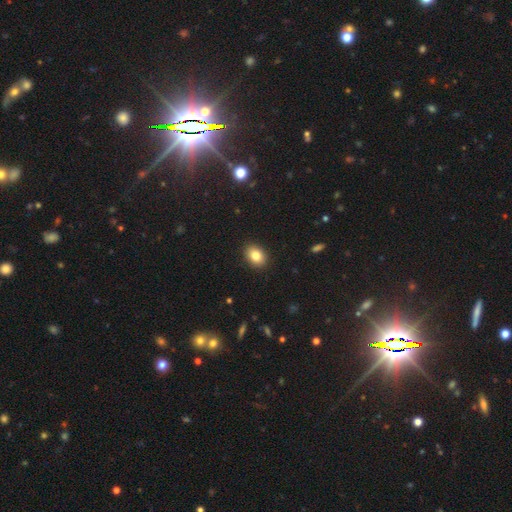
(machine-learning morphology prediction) This appears to be a smooth galaxy with no disk features (84%) that is in between round and cigar-shaped (69%). Merging: none (90%).